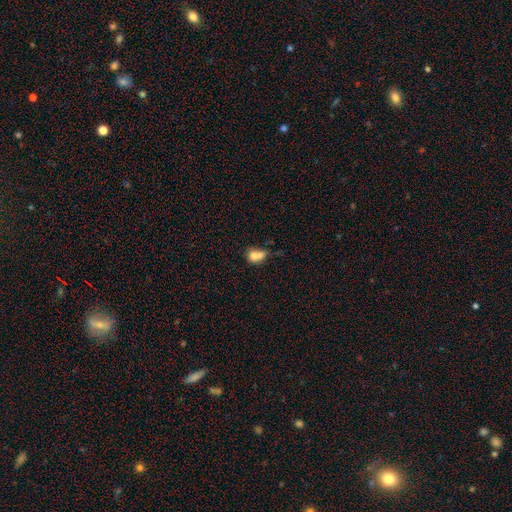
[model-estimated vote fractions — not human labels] Smooth or featured? smooth (71%)
How rounded? round (49%, tied with in between)
Merging? merger (56%)